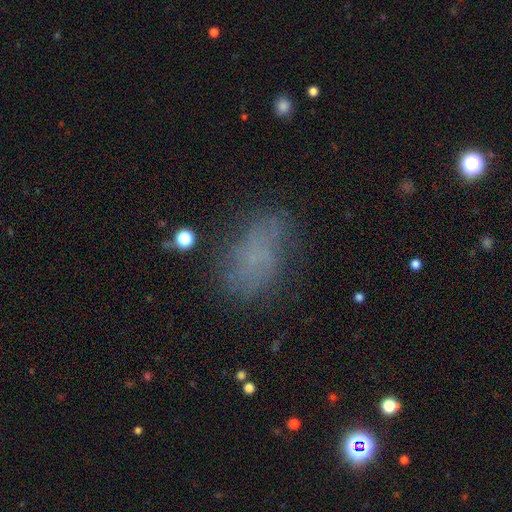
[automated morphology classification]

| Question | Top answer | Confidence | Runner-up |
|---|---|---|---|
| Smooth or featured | smooth | 58% | featured or disk (24%) |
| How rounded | in between | 84% | round (13%) |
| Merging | none | 62% | minor disturbance (22%) |